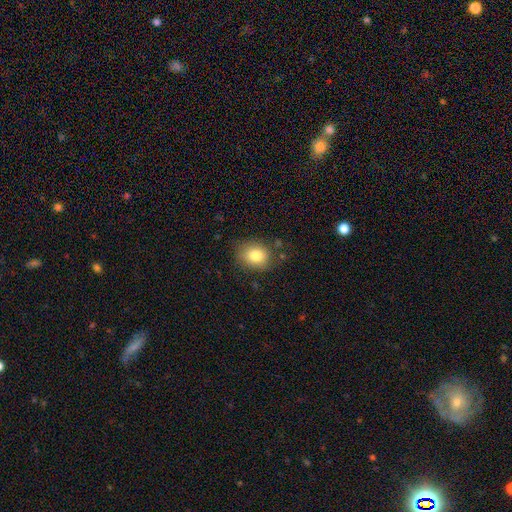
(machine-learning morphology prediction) smooth 81%, star or artifact 10%, featured or disk 9%. Down the decision tree: how rounded — in between (50%); merging — none (79%).